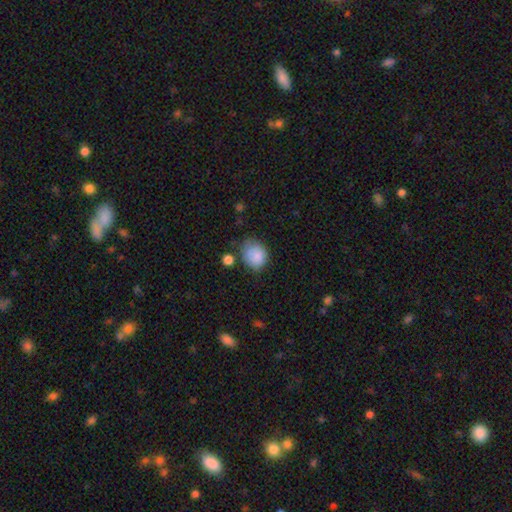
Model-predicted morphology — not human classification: Overall: smooth (85%). How rounded: round (64%; in between 35%). Merging: none (57%; minor disturbance 28%).